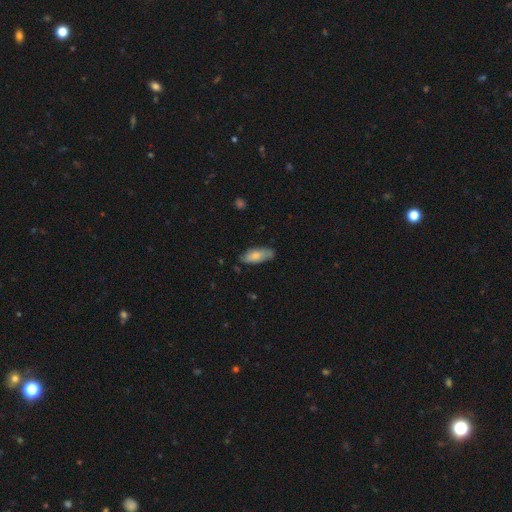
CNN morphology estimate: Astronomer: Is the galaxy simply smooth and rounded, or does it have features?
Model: smooth — 70%.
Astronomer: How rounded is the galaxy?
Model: in between — 79%.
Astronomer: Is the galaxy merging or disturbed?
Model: none — 73%.